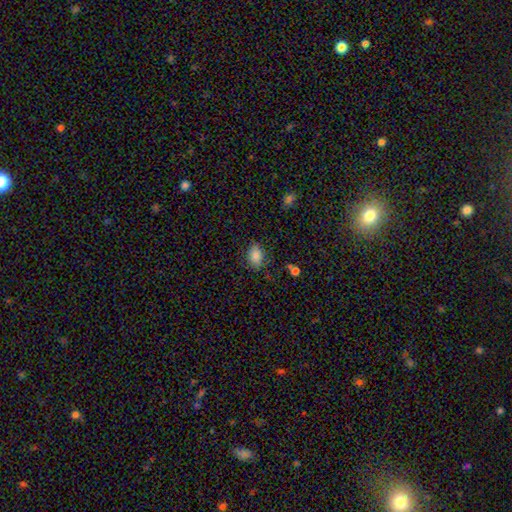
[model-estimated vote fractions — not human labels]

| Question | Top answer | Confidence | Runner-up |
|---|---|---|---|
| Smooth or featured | smooth | 85% | star or artifact (9%) |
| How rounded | in between | 75% | round (24%) |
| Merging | none | 80% | minor disturbance (15%) |